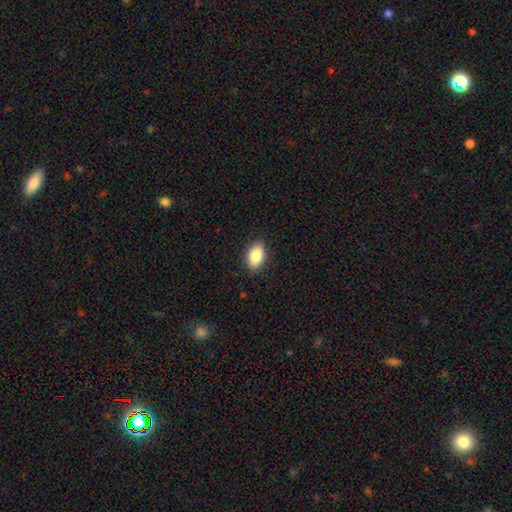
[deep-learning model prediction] Overall: smooth (85%). How rounded: in between (90%). Merging: none (88%).